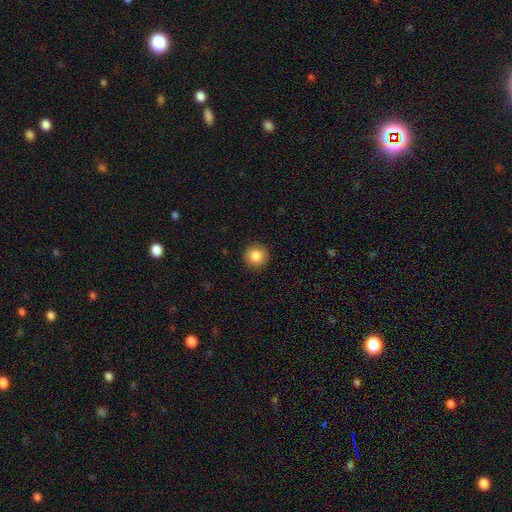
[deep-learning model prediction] Morphology: type=smooth (85%); roundness=round (95%); merging=none (91%).